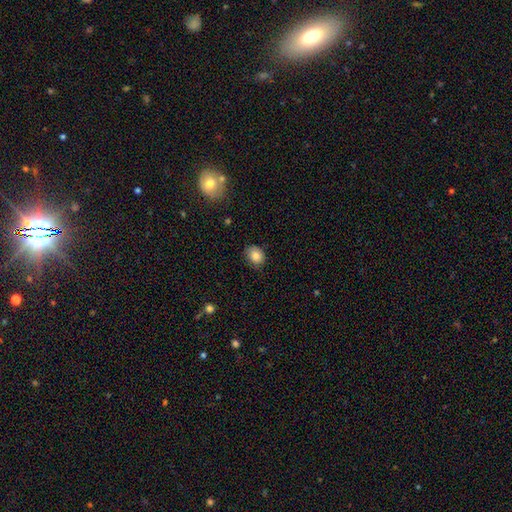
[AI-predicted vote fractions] Overall: smooth (84%). How rounded: round (52%; in between 47%). Merging: none (80%).